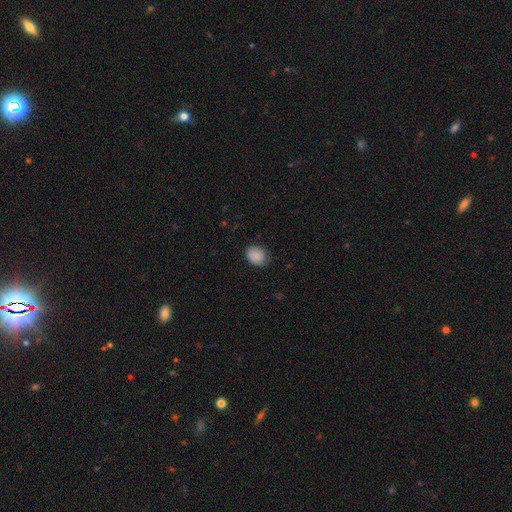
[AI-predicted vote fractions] Q: Smooth or featured?
A: smooth (87%); runner-up: star or artifact (7%)
Q: How rounded?
A: in between (58%); runner-up: round (41%)
Q: Merging?
A: none (74%); runner-up: minor disturbance (21%)